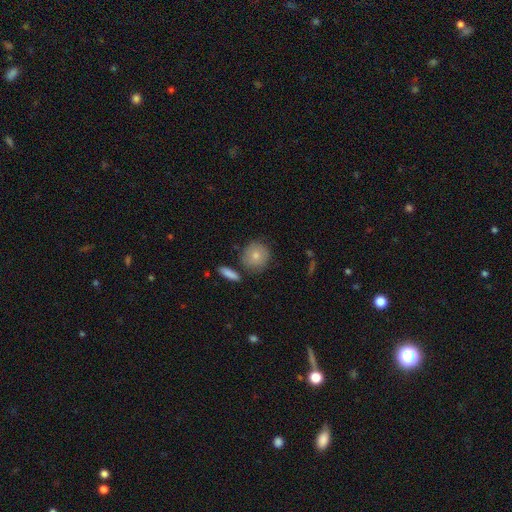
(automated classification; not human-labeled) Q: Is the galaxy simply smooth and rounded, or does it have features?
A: smooth — 77%.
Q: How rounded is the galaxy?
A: round — 88%.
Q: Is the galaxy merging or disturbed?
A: none — 77%.